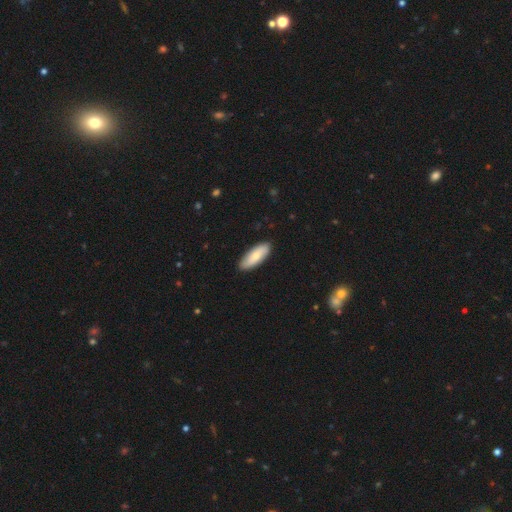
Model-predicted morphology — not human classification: The model was most divided on "how rounded": in between: 72%, cigar-shaped: 26%, round: 2%. More confident: merging — none (88%); smooth or featured — smooth (73%).